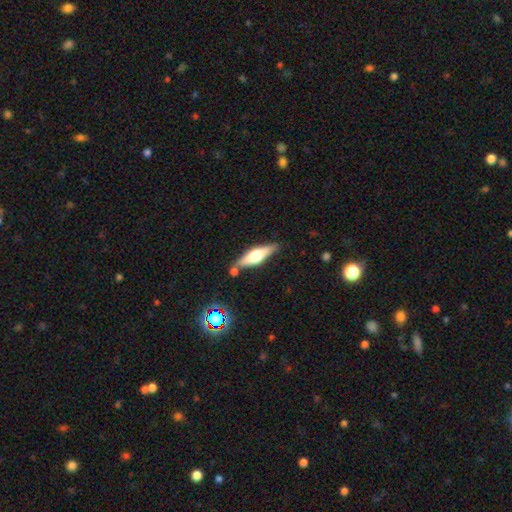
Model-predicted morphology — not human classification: Smooth or featured: featured or disk — 55% (smooth — 38%)
Edge-on disk: yes — 93% (no — 7%)
Edge-on bulge: rounded — 88% (boxy — 9%)
Merging: none — 77% (minor disturbance — 12%)